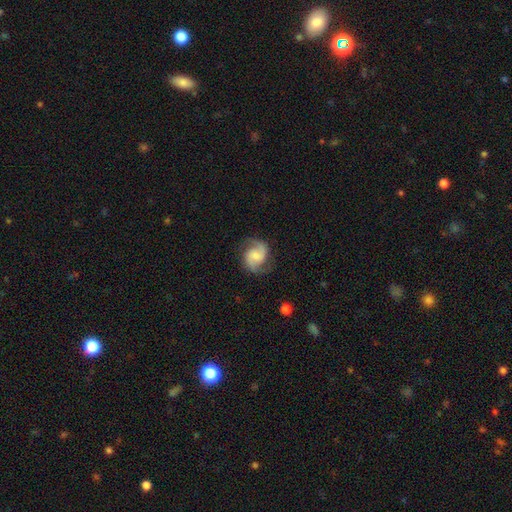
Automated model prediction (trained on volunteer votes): Smooth or featured? Predicted: featured or disk (p=0.84). Edge-on disk? Predicted: no (p=0.98). Bar? Predicted: no (p=0.46). Spiral arms? Predicted: yes (p=0.97). Spiral winding? Predicted: medium (p=0.54). Spiral arm count? Predicted: 2 (p=0.92). Bulge size? Predicted: small (p=0.36). Merging? Predicted: none (p=0.79).